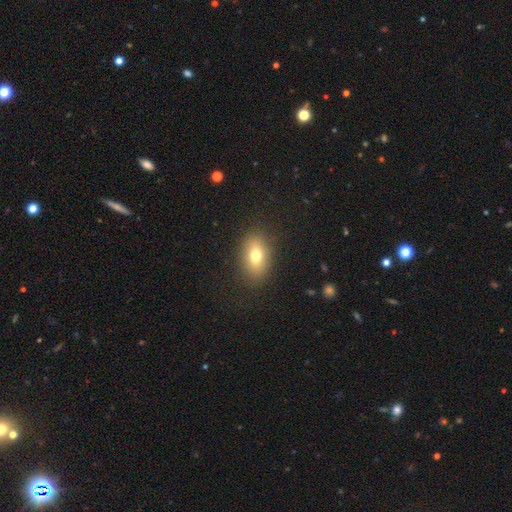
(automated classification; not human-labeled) smooth 73%, featured or disk 16%, star or artifact 11%. Down the decision tree: how rounded — in between (82%); merging — none (86%).